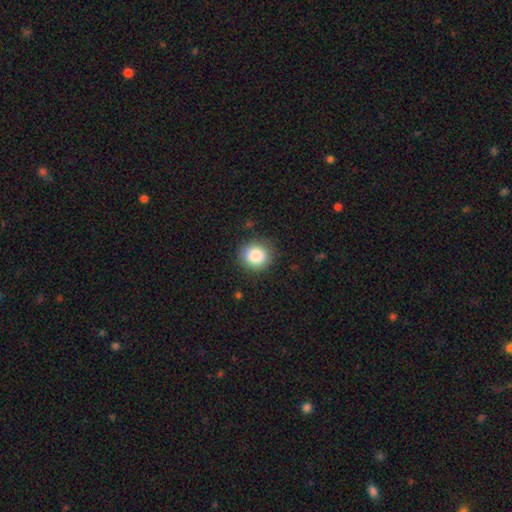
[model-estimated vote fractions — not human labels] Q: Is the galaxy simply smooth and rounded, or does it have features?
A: smooth — 86%.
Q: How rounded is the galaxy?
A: round — 84%.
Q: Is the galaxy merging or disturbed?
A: none — 86%.